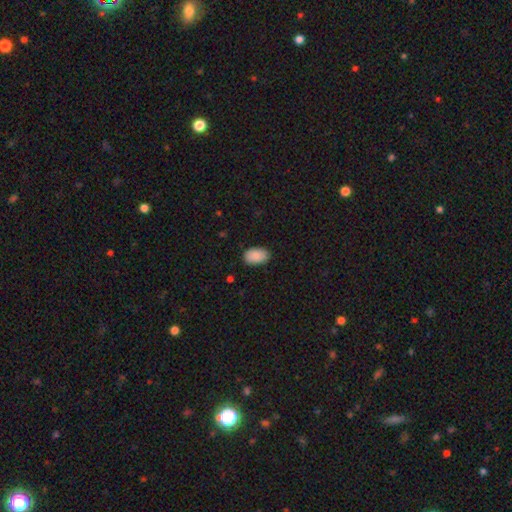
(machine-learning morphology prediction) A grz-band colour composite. It shows a smooth galaxy with no disk features (89%) that is in between round and cigar-shaped (93%). Merging: none (85%).